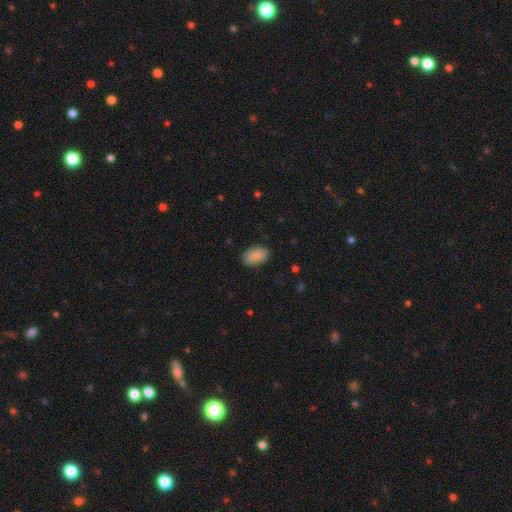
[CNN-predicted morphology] Overall: smooth (89%). How rounded: in between (93%). Merging: none (85%).